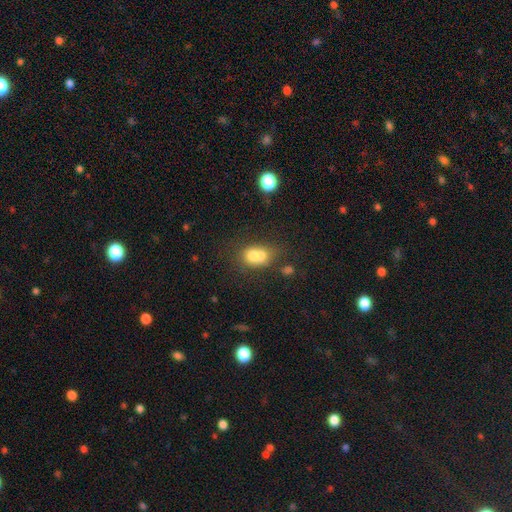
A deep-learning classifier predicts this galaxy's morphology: A smooth galaxy with no disk features (67%) that is round (60%). Merging: merger (64%).